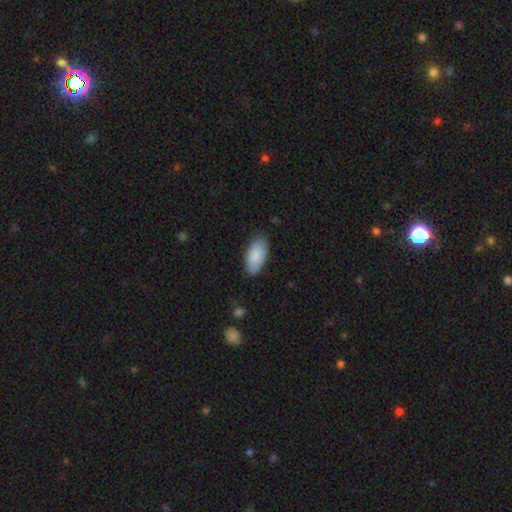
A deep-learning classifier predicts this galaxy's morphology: A smooth galaxy with no disk features (88%) that is in between round and cigar-shaped (94%).

Vote fractions:
- Smooth or featured? smooth: 88% / featured or disk: 6% / star or artifact: 6%
- How rounded? in between: 94% / cigar-shaped: 4% / round: 2%
- Merging? none: 81% / minor disturbance: 15% / major disturbance: 3% / merger: 1%